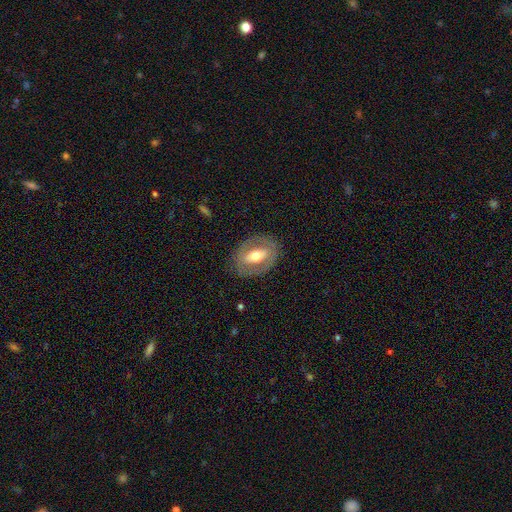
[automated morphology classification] featured or disk 56%, smooth 38%, star or artifact 6%. Down the decision tree: edge-on disk — no (89%); merging — none (81%).